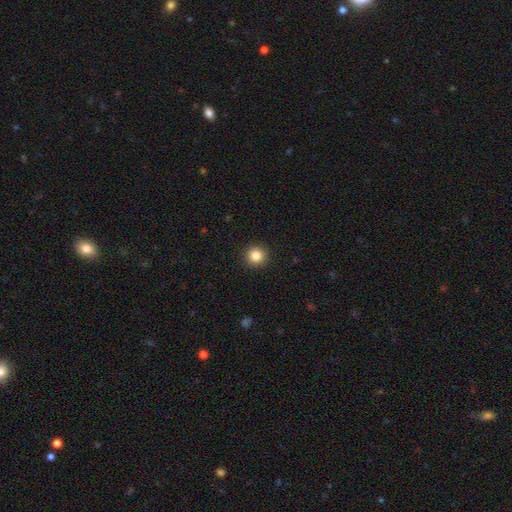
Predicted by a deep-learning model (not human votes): This appears to be a smooth galaxy with no disk features (85%) that is round (94%). Merging: none (92%).